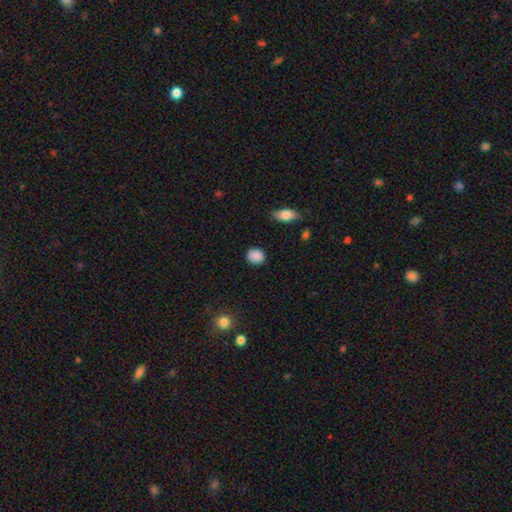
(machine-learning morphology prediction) smooth-or-featured: smooth: 88% | star or artifact: 9% | featured or disk: 3%
  how-rounded: round: 69% | in between: 30% | cigar-shaped: 1%
  merging: none: 88% | minor disturbance: 8% | major disturbance: 3% | merger: 1%